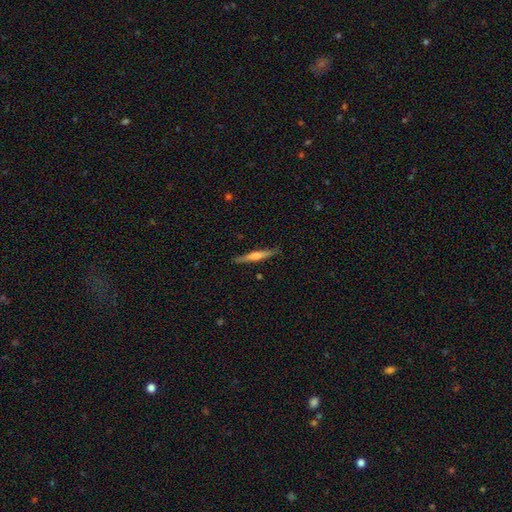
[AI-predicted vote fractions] A featured or disk galaxy (58%) viewed edge-on (97%) with a rounded central bulge (61%). Merging: none (89%).